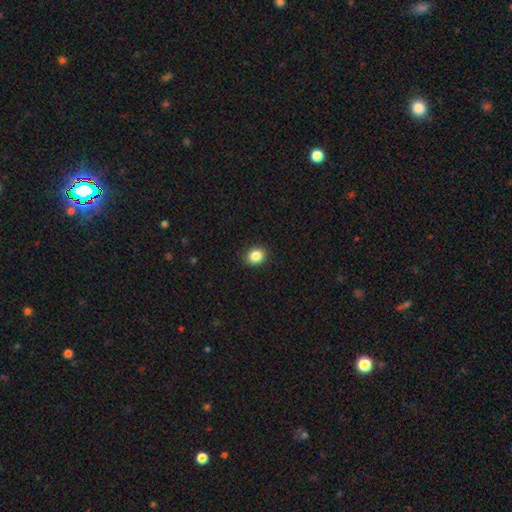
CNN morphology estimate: Smooth or featured? Predicted: smooth (p=0.86). How rounded? Predicted: round (p=0.65). Merging? Predicted: none (p=0.90).